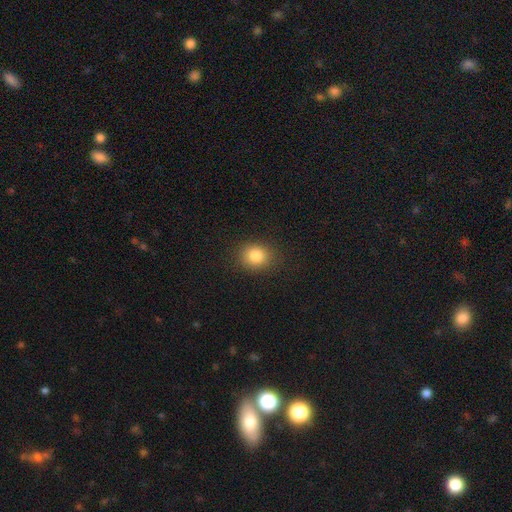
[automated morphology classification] A smooth galaxy with no disk features (83%) that is round (68%). Merging: none (86%).